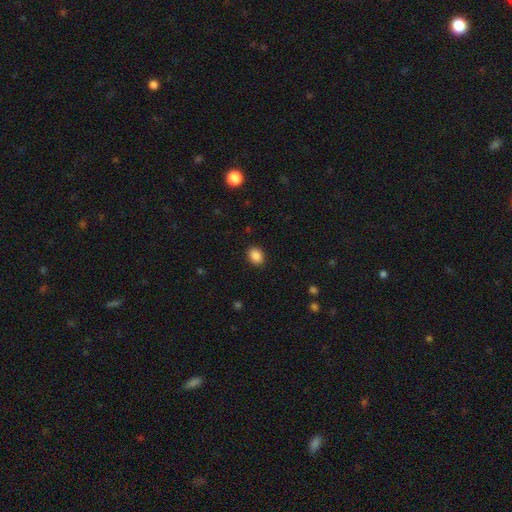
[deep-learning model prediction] smooth-or-featured: smooth: 88% | star or artifact: 9% | featured or disk: 3%
  how-rounded: in between: 60% | round: 39% | cigar-shaped: 1%
  merging: none: 89% | minor disturbance: 8% | major disturbance: 2% | merger: 1%